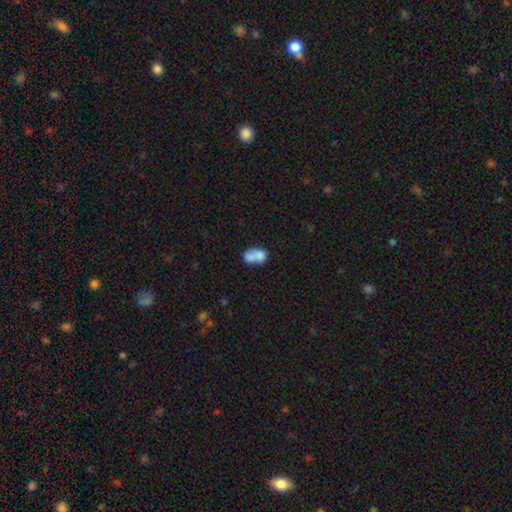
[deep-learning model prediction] This is likely a smooth galaxy (70%). How rounded: likely in between (72%). Merging: likely merger (64%).